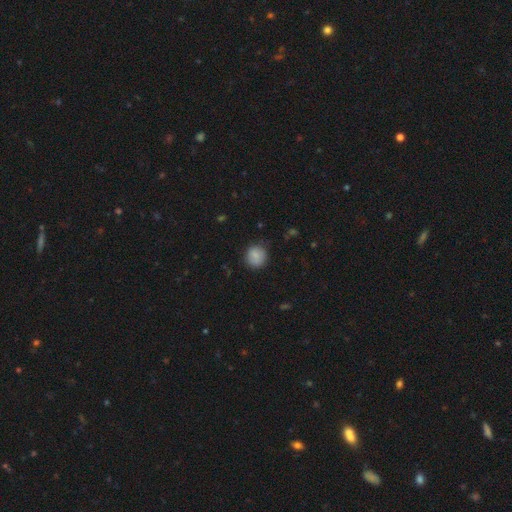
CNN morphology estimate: Smooth or featured? Predicted: smooth (p=0.84). How rounded? Predicted: round (p=0.86). Merging? Predicted: none (p=0.81).